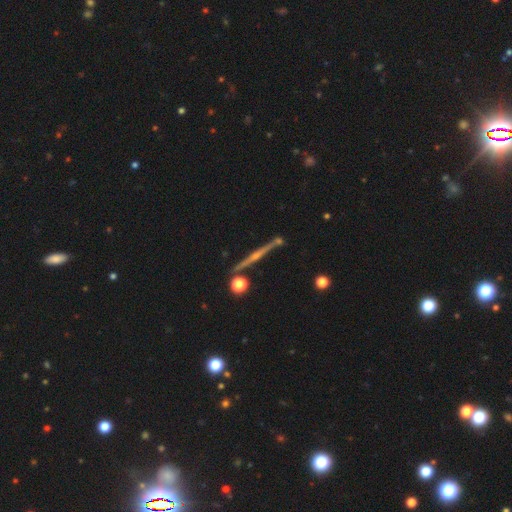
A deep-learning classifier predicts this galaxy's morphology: featured or disk 60%, smooth 20%, star or artifact 20%. Down the decision tree: edge-on disk — yes (89%); edge-on bulge — rounded (57%); merging — none (72%).